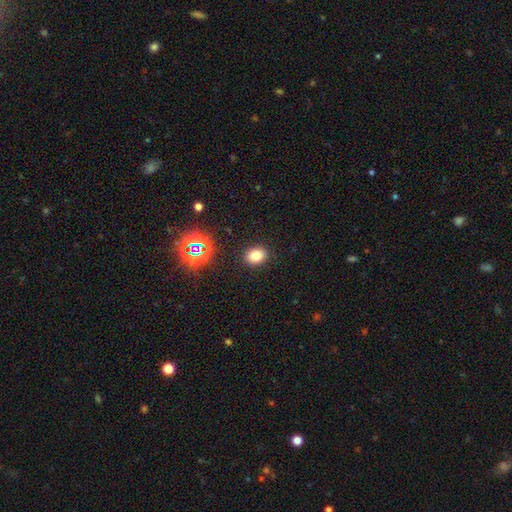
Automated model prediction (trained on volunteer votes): This appears to be a smooth galaxy with no disk features (75%) that is in between round and cigar-shaped (59%). Merging: none (89%).